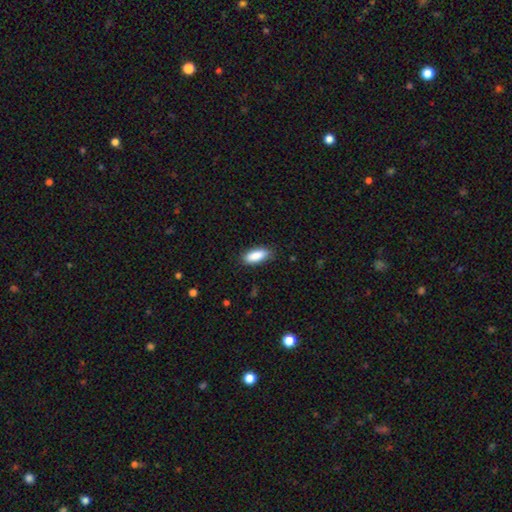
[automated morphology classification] Smooth or featured: smooth — 88% (star or artifact — 6%)
How rounded: in between — 77% (cigar-shaped — 21%)
Merging: none — 85% (minor disturbance — 12%)